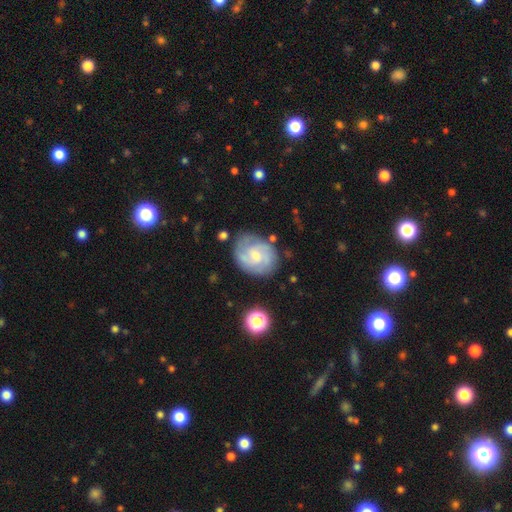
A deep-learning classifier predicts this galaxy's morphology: Smooth or featured?
  - featured or disk: 71% *
  - smooth: 23%
  - star or artifact: 6%
Edge-on disk?
  - no: 97% *
  - yes: 3%
Bar?
  - no: 50% *
  - weak: 44%
  - strong: 6%
Spiral arms?
  - yes: 89% *
  - no: 11%
Spiral winding?
  - tight: 48% *
  - medium: 40%
  - loose: 13%
Spiral arm count?
  - 2: 48% *
  - can't tell: 27%
  - 3: 15%
  - 1: 4%
  - 4: 4%
  - more than 4: 3%
Bulge size?
  - small: 49% *
  - moderate: 44%
  - none: 4%
  - large: 3%
  - dominant: 1%
Merging?
  - none: 70% *
  - minor disturbance: 19%
  - major disturbance: 7%
  - merger: 3%